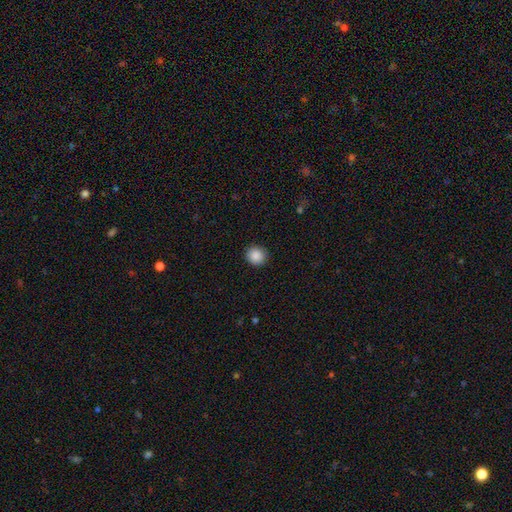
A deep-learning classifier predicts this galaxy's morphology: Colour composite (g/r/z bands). It shows a smooth galaxy with no disk features (88%) that is round (90%). Merging: none (92%).